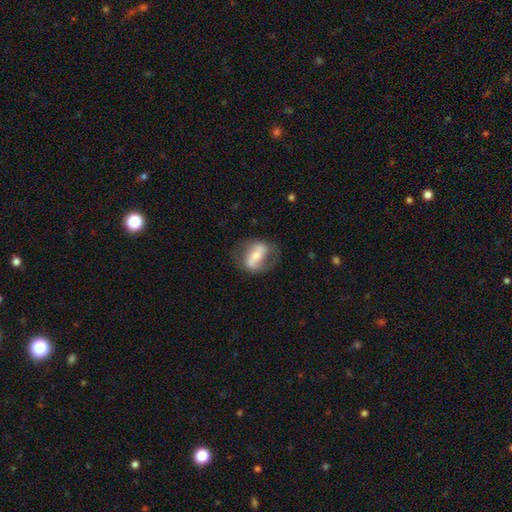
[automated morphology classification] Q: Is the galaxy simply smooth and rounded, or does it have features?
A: featured or disk — 60%.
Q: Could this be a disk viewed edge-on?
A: no — 91%.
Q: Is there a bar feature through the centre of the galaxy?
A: strong — 54%.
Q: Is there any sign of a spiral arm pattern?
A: yes — 65%.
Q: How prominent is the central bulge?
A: moderate — 45%.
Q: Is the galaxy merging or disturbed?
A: none — 59%.